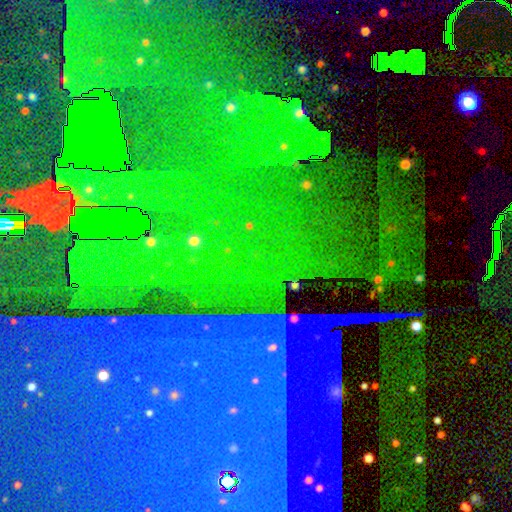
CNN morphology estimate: smooth_or_featured: star or artifact (p=0.84) [alt: featured or disk p=0.08]